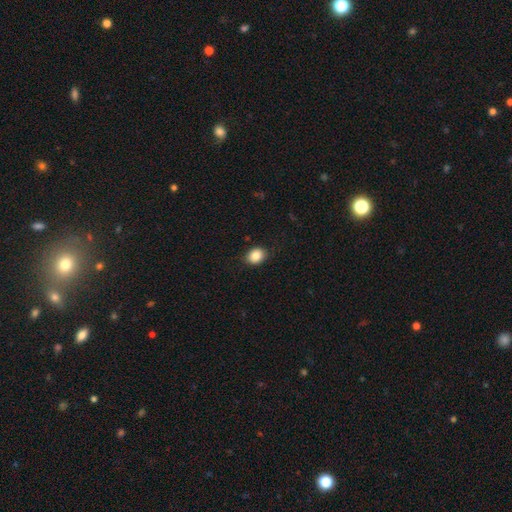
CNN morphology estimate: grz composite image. It shows a smooth galaxy with no disk features (86%) that is in between round and cigar-shaped (54%). Merging: none (86%).